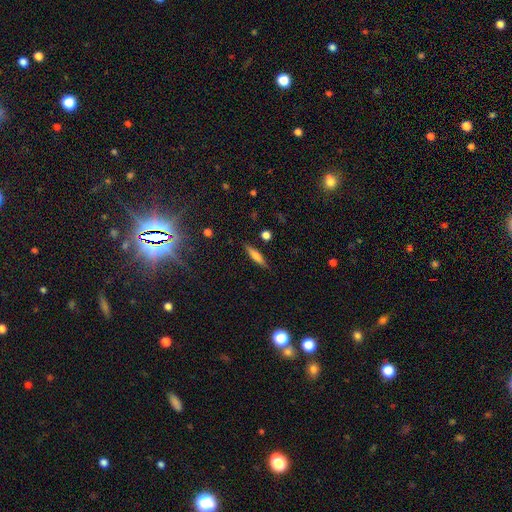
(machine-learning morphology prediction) The model was most divided on "smooth or featured": smooth: 61%, featured or disk: 30%, star or artifact: 8%. More confident: merging — none (87%); how rounded — cigar-shaped (79%).